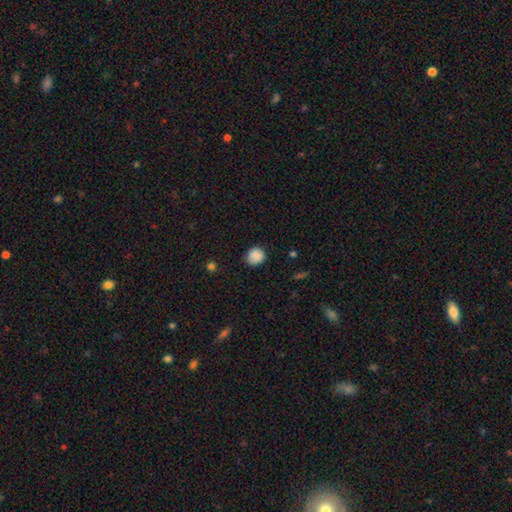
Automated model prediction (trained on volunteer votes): A smooth galaxy with no disk features (88%) that is round (81%).

Vote fractions:
- Smooth or featured? smooth: 88% / star or artifact: 9% / featured or disk: 3%
- How rounded? round: 81% / in between: 18% / cigar-shaped: 1%
- Merging? none: 83% / minor disturbance: 13% / major disturbance: 3% / merger: 1%